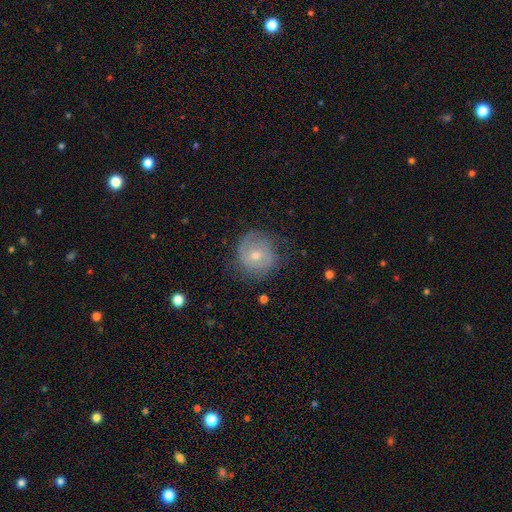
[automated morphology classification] smooth-or-featured: featured or disk: 60% | smooth: 30% | star or artifact: 9%
  disk-edge-on: no: 97% | yes: 3%
    bar: no: 70% | weak: 25% | strong: 5%
    has-spiral-arms: yes: 80% | no: 20%
    bulge-size: moderate: 49% | small: 48% | large: 2% | none: 1% | dominant: 1%
  merging: none: 69% | minor disturbance: 21% | major disturbance: 9% | merger: 1%